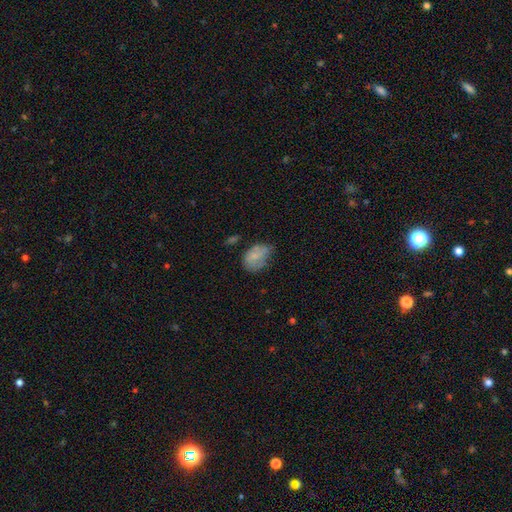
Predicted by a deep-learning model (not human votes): Smooth or featured? smooth (69%)
How rounded? in between (77%)
Merging? minor disturbance (39%, tied with none)